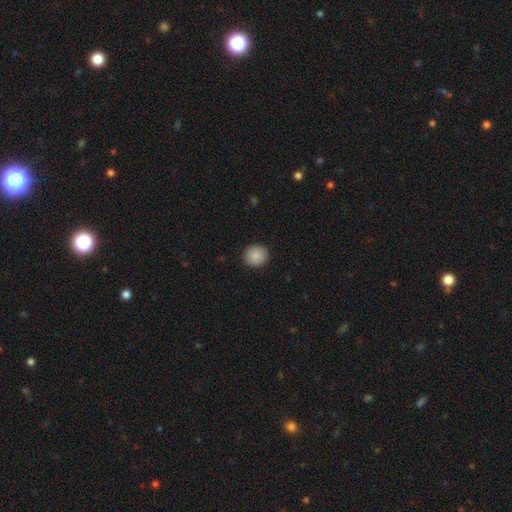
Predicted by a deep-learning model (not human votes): smooth_or_featured: smooth (p=0.89) [alt: star or artifact p=0.08]
how_rounded: round (p=0.88) [alt: in between p=0.11]
merging: none (p=0.91) [alt: minor disturbance p=0.06]